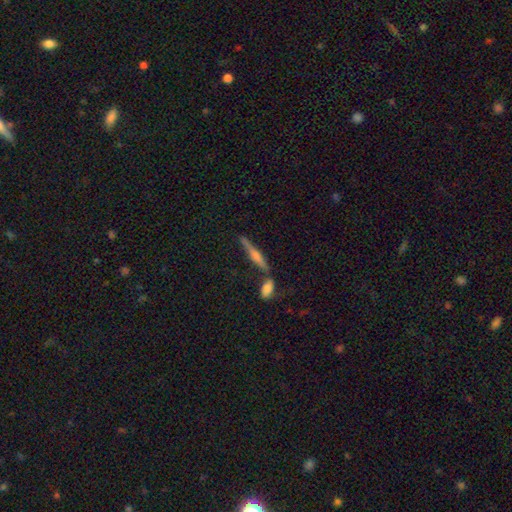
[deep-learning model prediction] Smooth or featured: featured or disk — 71% (smooth — 20%)
Edge-on disk: yes — 96% (no — 4%)
Edge-on bulge: rounded — 83% (boxy — 9%)
Merging: none — 72% (merger — 15%)